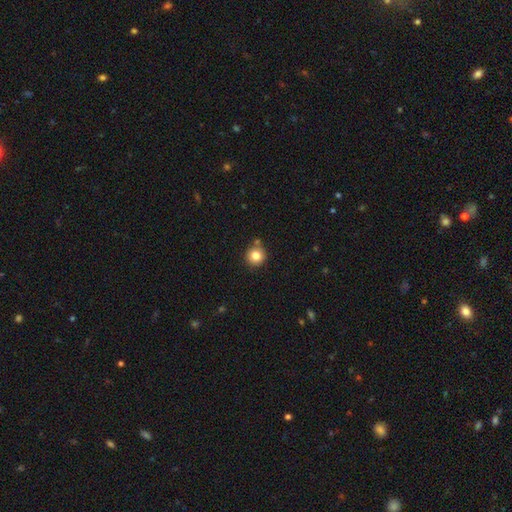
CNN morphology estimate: Smooth or featured: smooth — 82% (star or artifact — 11%)
How rounded: round — 94% (in between — 5%)
Merging: none — 80% (minor disturbance — 9%)